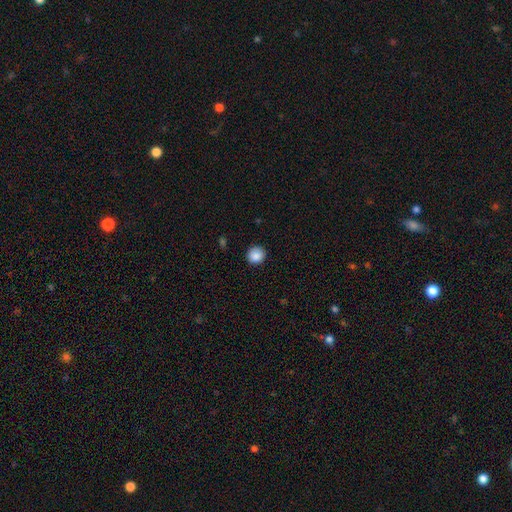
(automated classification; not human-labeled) smooth_or_featured: smooth (p=0.88) [alt: star or artifact p=0.09]
how_rounded: round (p=0.92) [alt: in between p=0.07]
merging: none (p=0.90) [alt: minor disturbance p=0.07]